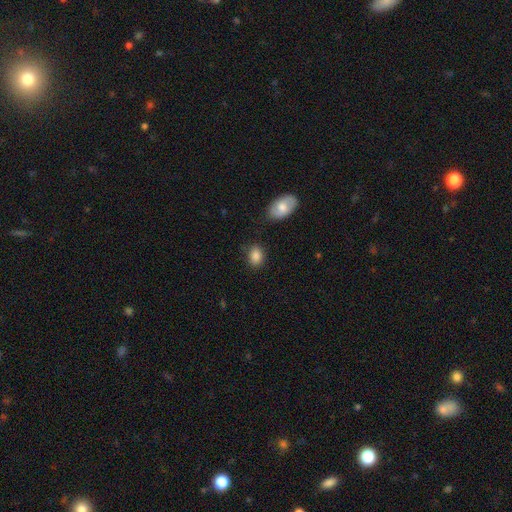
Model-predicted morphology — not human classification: The model was most divided on "how rounded": in between: 75%, round: 24%, cigar-shaped: 1%. More confident: smooth or featured — smooth (86%); merging — none (80%).